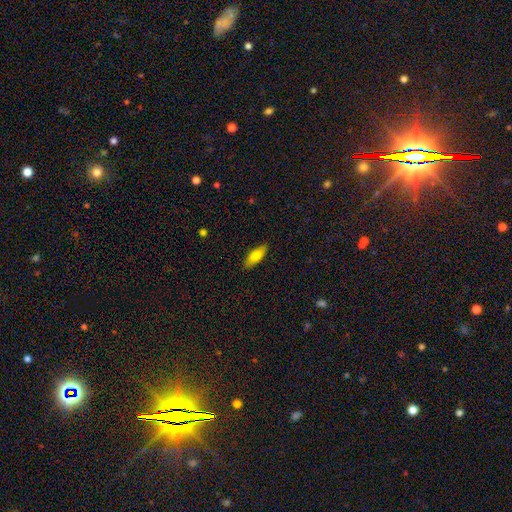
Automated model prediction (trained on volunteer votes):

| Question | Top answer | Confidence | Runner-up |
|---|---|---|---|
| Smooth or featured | smooth | 80% | featured or disk (14%) |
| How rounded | in between | 70% | cigar-shaped (28%) |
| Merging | none | 87% | minor disturbance (10%) |